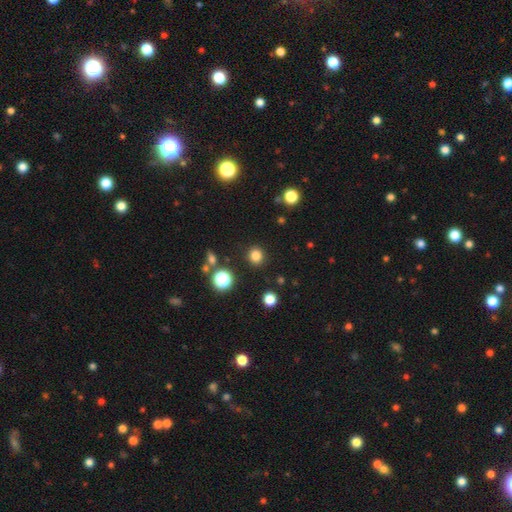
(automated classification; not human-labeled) smooth-or-featured: smooth: 81% | star or artifact: 14% | featured or disk: 5%
  how-rounded: round: 87% | in between: 12% | cigar-shaped: 1%
  merging: none: 90% | minor disturbance: 6% | major disturbance: 2% | merger: 2%